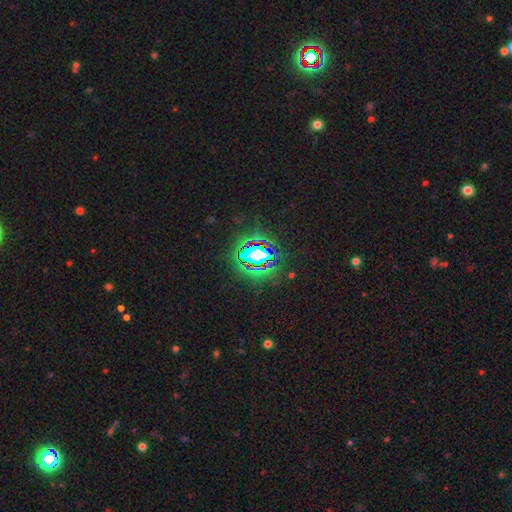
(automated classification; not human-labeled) A star or artifact, not a galaxy (71%).

Vote fractions:
- Smooth or featured? star or artifact: 71% / smooth: 17% / featured or disk: 12%